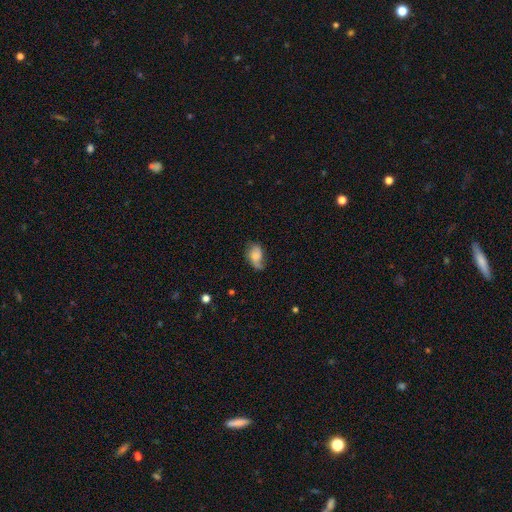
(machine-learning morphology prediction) Smooth or featured: smooth — 51% (featured or disk — 40%)
How rounded: in between — 86% (round — 12%)
Merging: none — 44% (minor disturbance — 34%)